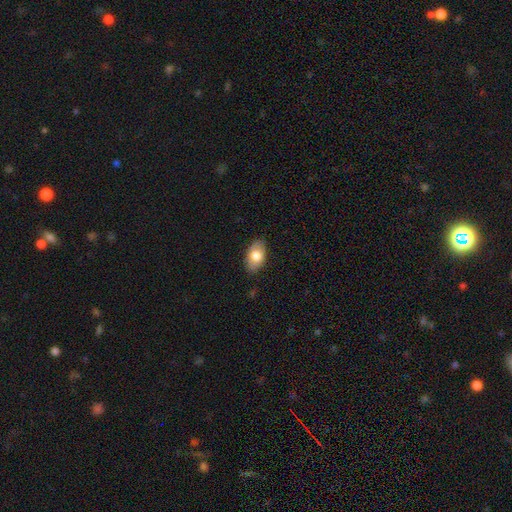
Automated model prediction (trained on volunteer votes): A smooth galaxy with no disk features (75%) that is in between round and cigar-shaped (93%).

Vote fractions:
- Smooth or featured? smooth: 75% / featured or disk: 19% / star or artifact: 6%
- How rounded? in between: 93% / round: 6% / cigar-shaped: 2%
- Merging? none: 85% / minor disturbance: 12% / major disturbance: 2% / merger: 1%